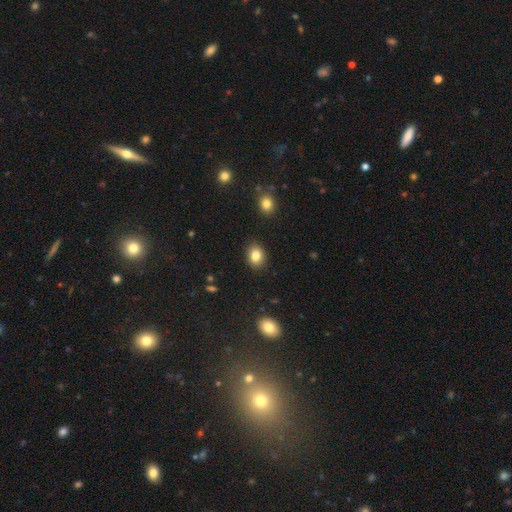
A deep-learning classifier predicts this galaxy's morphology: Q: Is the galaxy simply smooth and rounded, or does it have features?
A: smooth — 84%.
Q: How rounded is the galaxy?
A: in between — 55%.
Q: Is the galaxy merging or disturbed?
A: none — 87%.